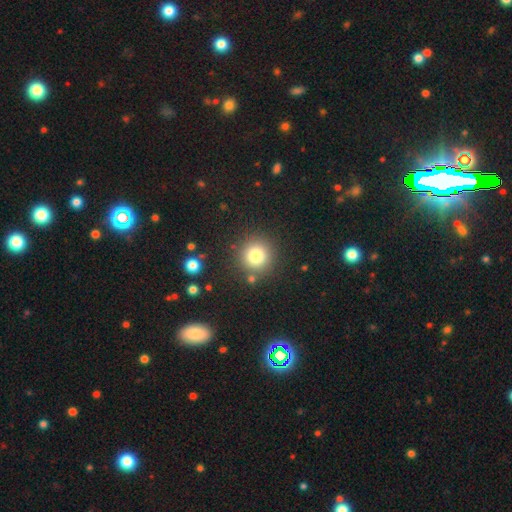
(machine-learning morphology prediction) smooth_or_featured: smooth (p=0.79) [alt: star or artifact p=0.13]
how_rounded: round (p=0.94) [alt: in between p=0.05]
merging: none (p=0.86) [alt: minor disturbance p=0.07]